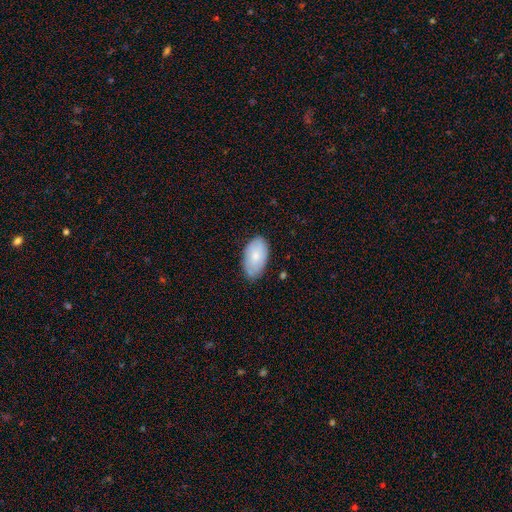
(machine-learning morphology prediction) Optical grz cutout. It shows a smooth galaxy with no disk features (74%) that is in between round and cigar-shaped (95%). Merging: none (76%).